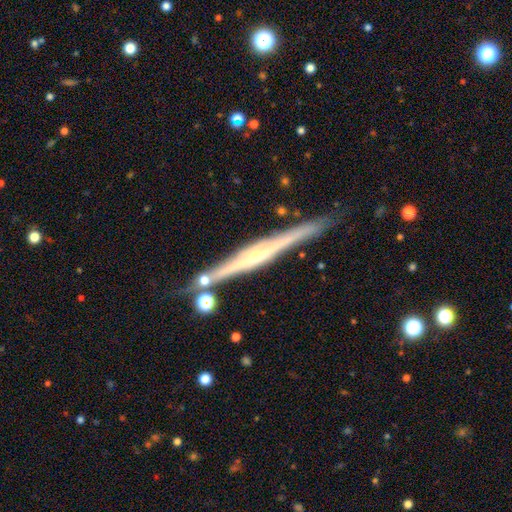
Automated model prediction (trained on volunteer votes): smooth_or_featured: featured or disk (p=0.83) [alt: smooth p=0.11]
disk_edge_on: yes (p=0.98) [alt: no p=0.02]
edge_on_bulge: rounded (p=0.73) [alt: boxy p=0.14]
merging: none (p=0.84) [alt: minor disturbance p=0.10]